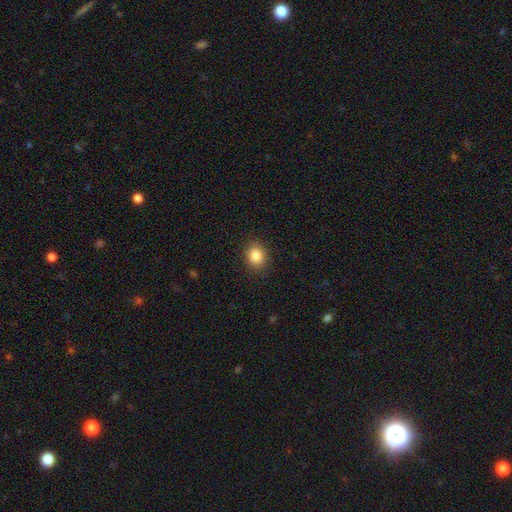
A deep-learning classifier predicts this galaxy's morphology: A smooth galaxy with no disk features (86%) that is round (62%). Merging: none (89%).